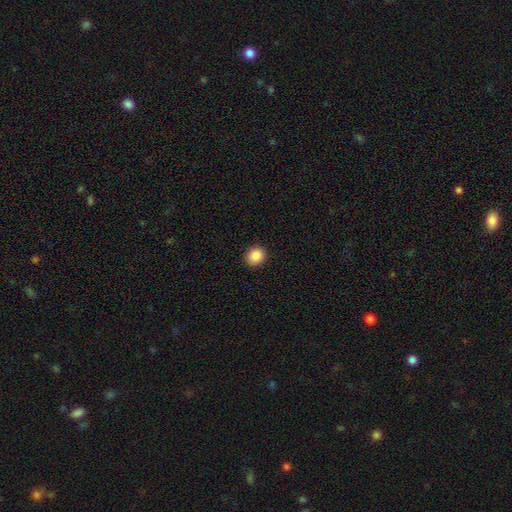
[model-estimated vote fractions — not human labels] This appears to be a smooth galaxy with no disk features (87%) that is round (81%). Merging: none (92%).